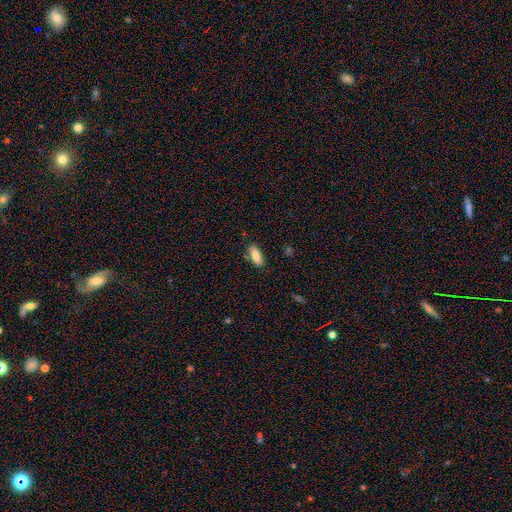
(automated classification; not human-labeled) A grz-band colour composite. It shows a smooth galaxy with no disk features (84%) that is in between round and cigar-shaped (78%). Merging: none (82%).